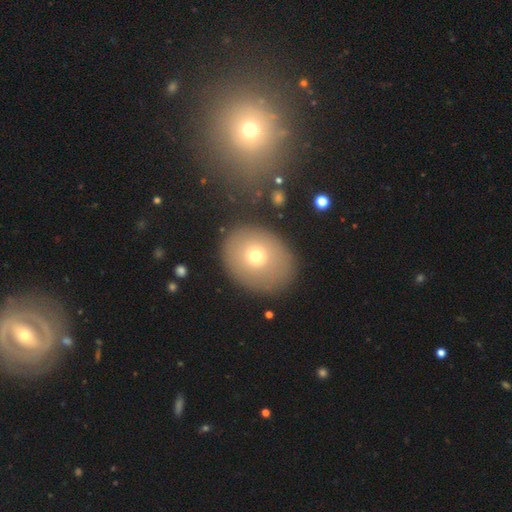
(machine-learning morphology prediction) A smooth galaxy with no disk features (69%) that is round (61%). Merging: none (79%).